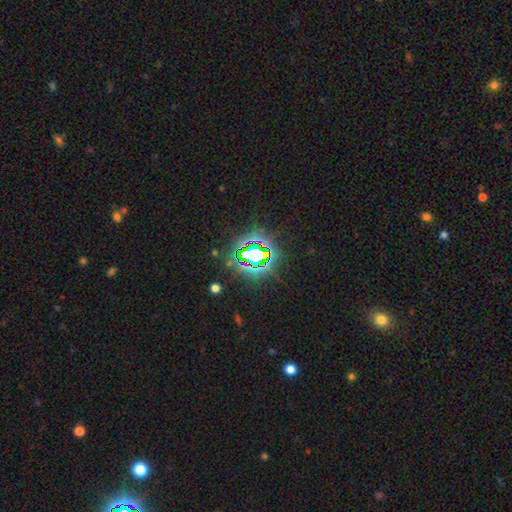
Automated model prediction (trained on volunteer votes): smooth_or_featured: star or artifact (p=0.76) [alt: smooth p=0.14]